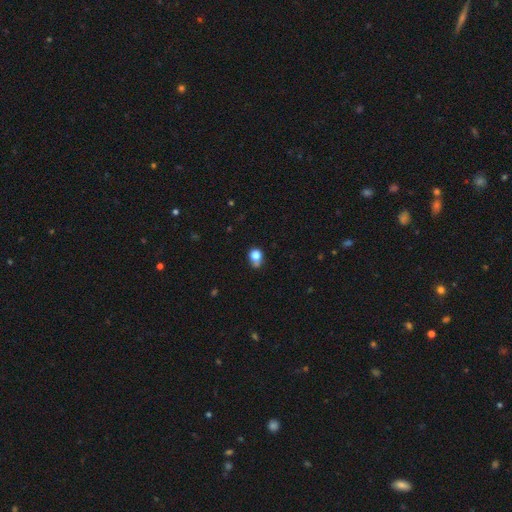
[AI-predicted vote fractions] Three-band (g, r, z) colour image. It shows a smooth galaxy with no disk features (80%) that is round (57%). Merging: none (43%).